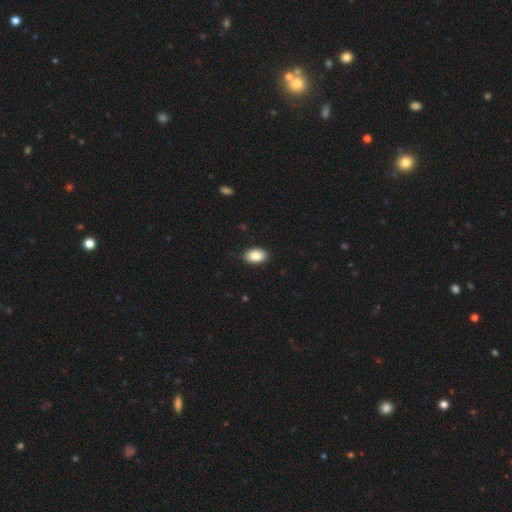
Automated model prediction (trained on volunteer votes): Smooth or featured: smooth — 85% (featured or disk — 8%)
How rounded: in between — 91% (round — 8%)
Merging: none — 88% (minor disturbance — 9%)